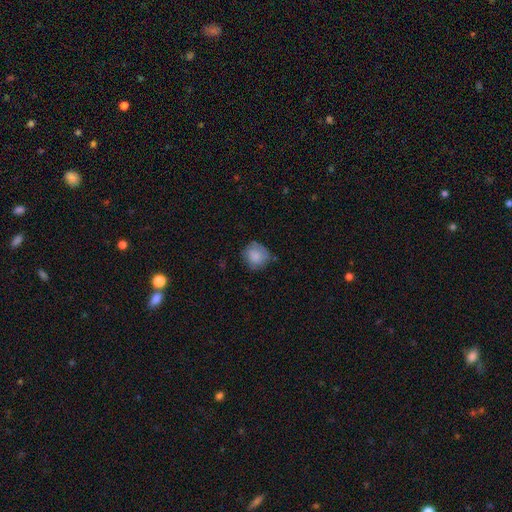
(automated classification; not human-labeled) Overall: smooth (80%). How rounded: round (84%). Merging: none (67%).